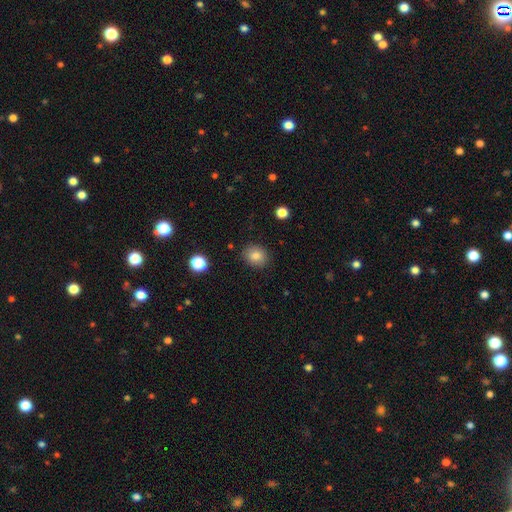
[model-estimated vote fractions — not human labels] Overall: smooth (83%). How rounded: round (67%; in between 33%). Merging: none (86%).